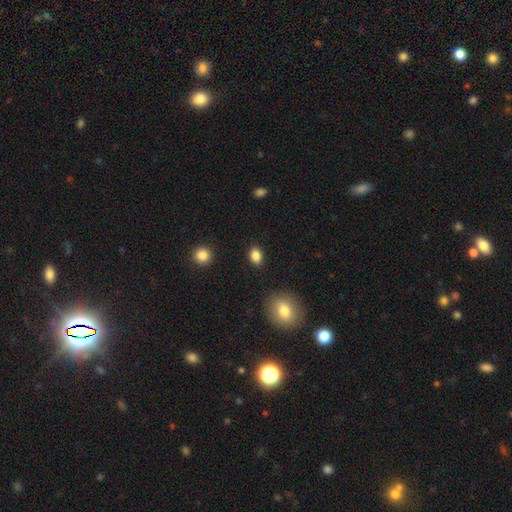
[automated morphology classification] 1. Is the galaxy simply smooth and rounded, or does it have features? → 86% smooth, 10% star or artifact, 5% featured or disk.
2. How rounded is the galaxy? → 75% in between, 23% round, 2% cigar-shaped.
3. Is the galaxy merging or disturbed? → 87% none, 9% minor disturbance, 2% major disturbance, 2% merger.